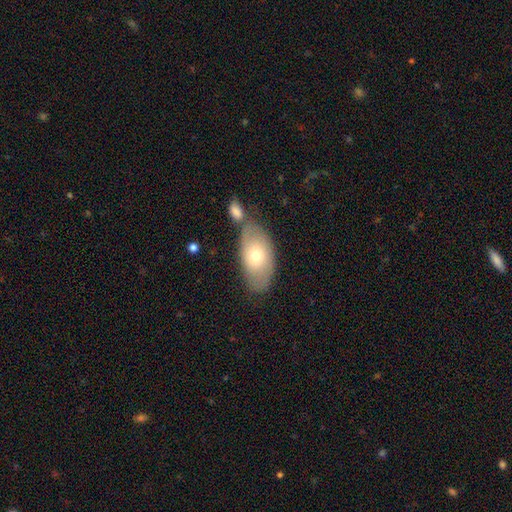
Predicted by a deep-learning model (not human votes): Smooth or featured?
  - smooth: 64% *
  - featured or disk: 30%
  - star or artifact: 6%
How rounded?
  - in between: 92% *
  - round: 6%
  - cigar-shaped: 3%
Merging?
  - none: 55% *
  - merger: 24%
  - minor disturbance: 16%
  - major disturbance: 5%